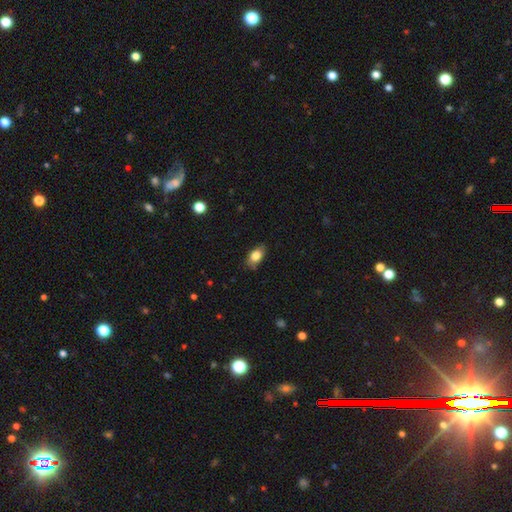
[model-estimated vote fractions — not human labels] smooth 81%, featured or disk 11%, star or artifact 8%. Down the decision tree: how rounded — in between (87%); merging — none (79%).